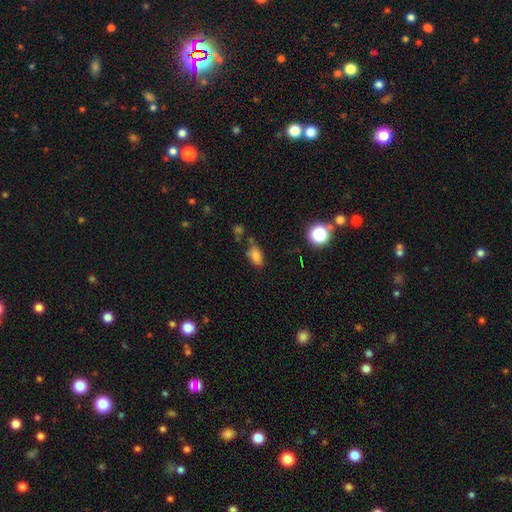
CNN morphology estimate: Smooth or featured? smooth (78%)
How rounded? in between (86%)
Merging? none (55%)